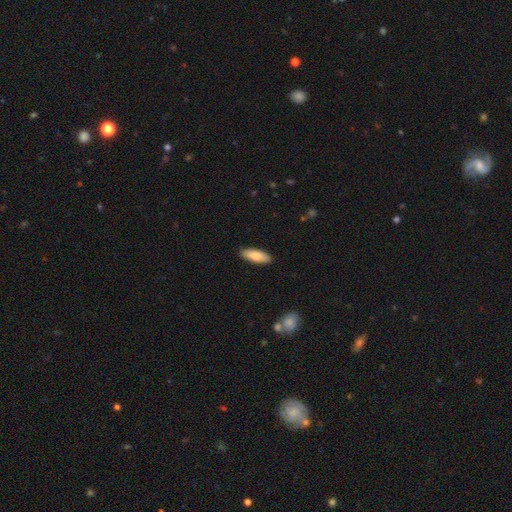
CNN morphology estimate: Smooth or featured?
  - smooth: 84% *
  - featured or disk: 11%
  - star or artifact: 5%
How rounded?
  - in between: 62% *
  - cigar-shaped: 36%
  - round: 2%
Merging?
  - none: 90% *
  - minor disturbance: 8%
  - major disturbance: 2%
  - merger: 1%